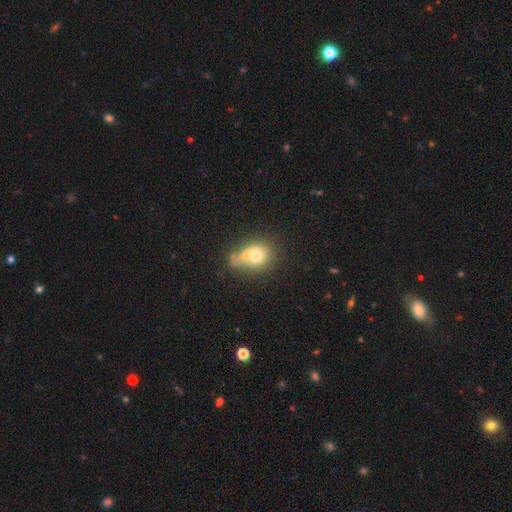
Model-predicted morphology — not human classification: smooth-or-featured: smooth: 67% | featured or disk: 22% | star or artifact: 11%
  how-rounded: round: 62% | in between: 36% | cigar-shaped: 1%
  merging: merger: 49% | none: 27% | minor disturbance: 15% | major disturbance: 10%